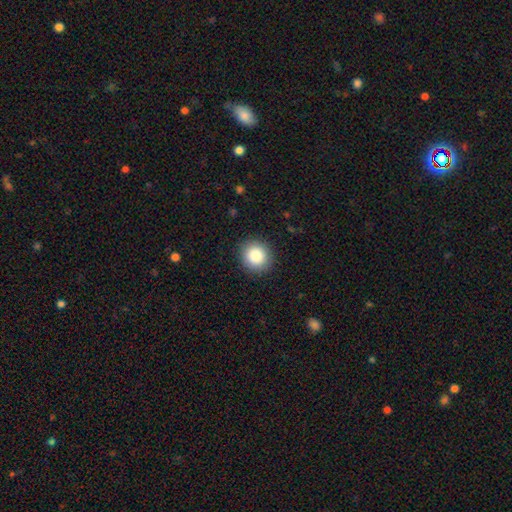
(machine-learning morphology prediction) type=smooth (86%); roundness=round (91%); merging=none (90%).